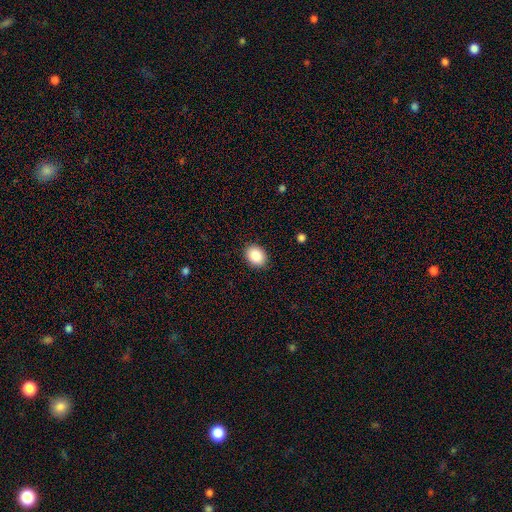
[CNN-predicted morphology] Overall: smooth (89%). How rounded: in between (61%; round 38%). Merging: none (89%).